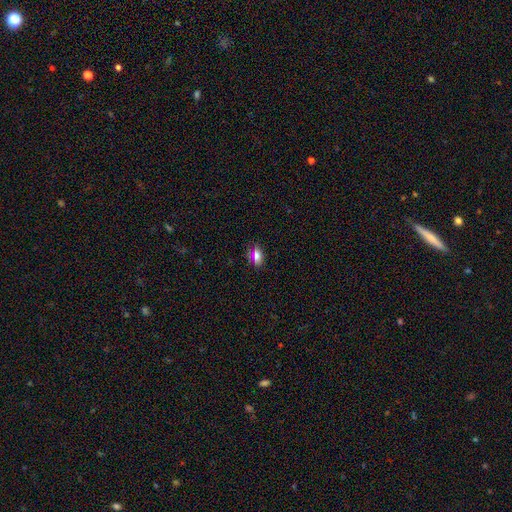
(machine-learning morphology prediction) smooth_or_featured: smooth (p=0.69) [alt: star or artifact p=0.21]
how_rounded: in between (p=0.74) [alt: round p=0.19]
merging: none (p=0.83) [alt: minor disturbance p=0.12]